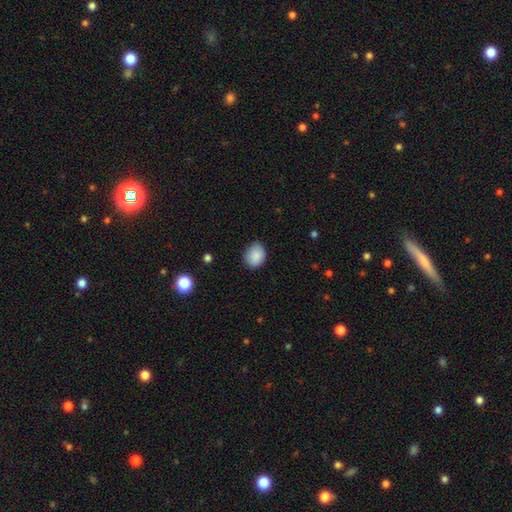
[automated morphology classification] A smooth galaxy with no disk features (88%) that is in between round and cigar-shaped (55%). Merging: none (79%).